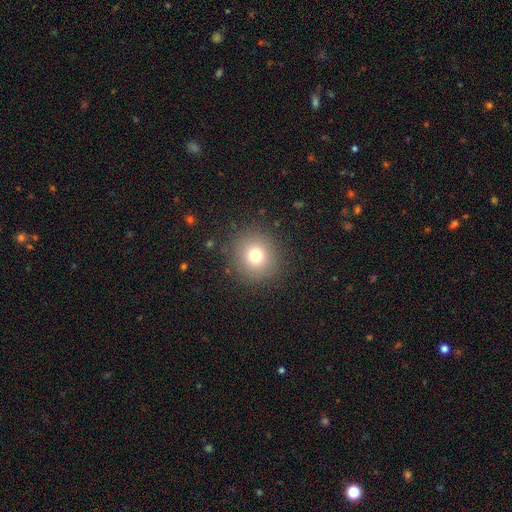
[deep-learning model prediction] This appears to be a smooth galaxy with no disk features (75%) that is round (93%). Merging: none (88%).